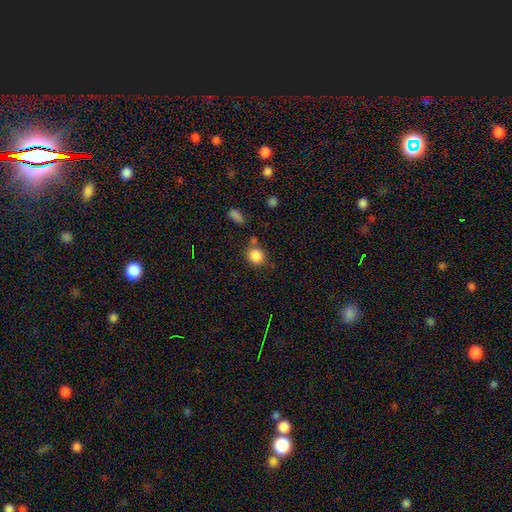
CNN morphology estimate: type=smooth (86%); roundness=round (82%); merging=none (71%).